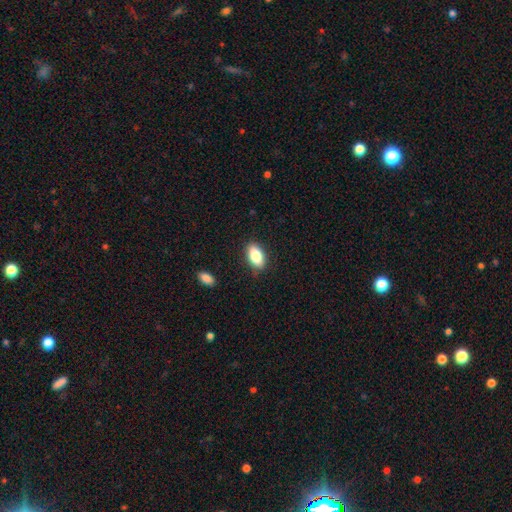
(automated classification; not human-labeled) Smooth or featured? smooth (83%)
How rounded? in between (89%)
Merging? none (86%)